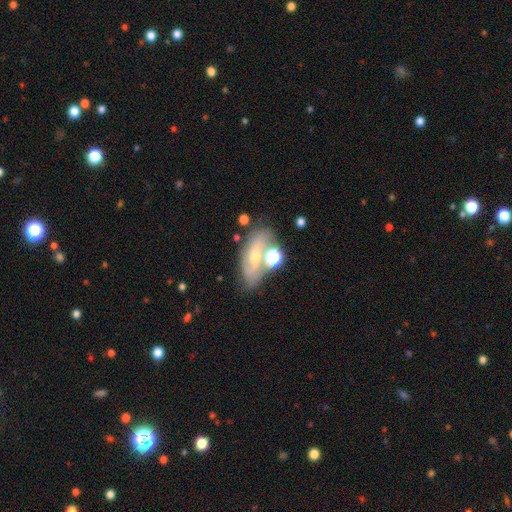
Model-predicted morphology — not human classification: Smooth or featured?
  - featured or disk: 56% *
  - smooth: 31%
  - star or artifact: 14%
Edge-on disk?
  - no: 85% *
  - yes: 15%
Merging?
  - none: 53% *
  - minor disturbance: 19%
  - merger: 19%
  - major disturbance: 10%